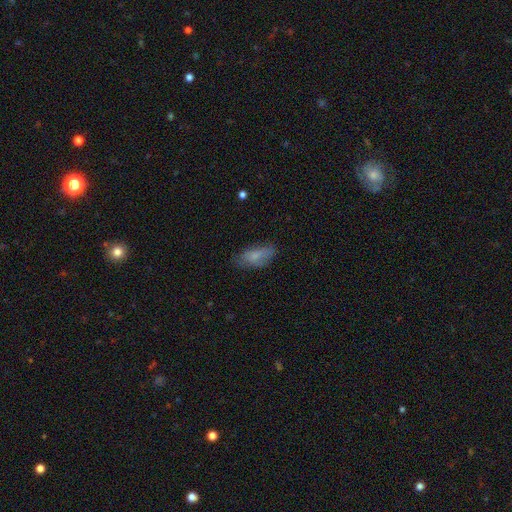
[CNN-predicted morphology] This appears to be a smooth galaxy with no disk features (74%) that is in between round and cigar-shaped (85%). Merging: none (62%).